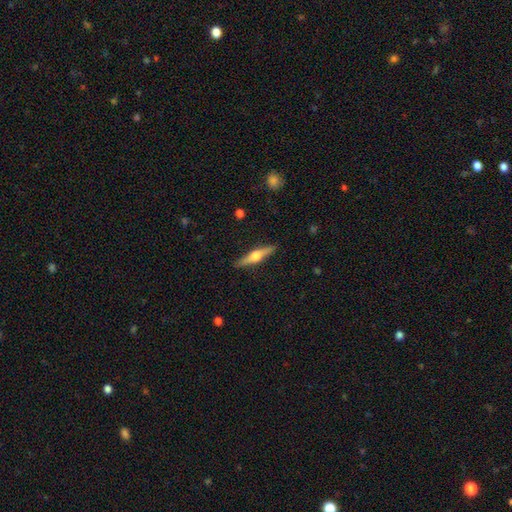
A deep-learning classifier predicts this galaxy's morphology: featured or disk 66%, smooth 29%, star or artifact 5%. Down the decision tree: edge-on disk — yes (97%); edge-on bulge — rounded (95%); merging — none (90%).